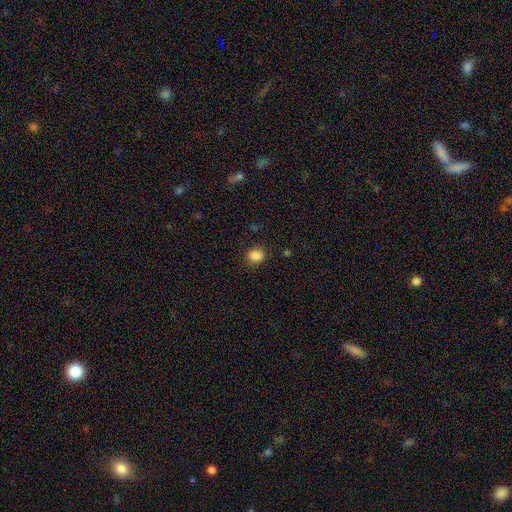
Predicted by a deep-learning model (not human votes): This is clearly a smooth galaxy (86%). How rounded: likely round (61%). Merging: clearly none (85%).